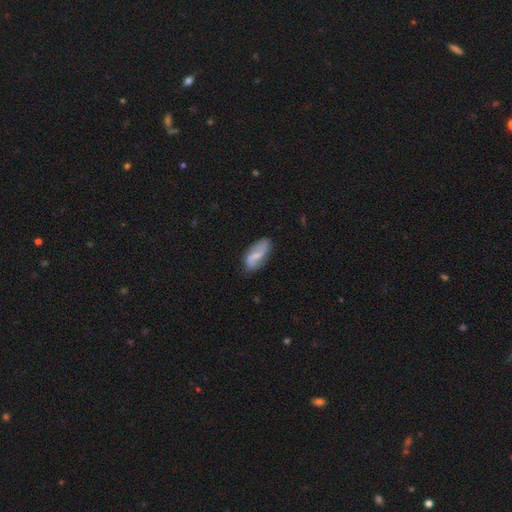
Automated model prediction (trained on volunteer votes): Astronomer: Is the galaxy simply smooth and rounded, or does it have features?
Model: featured or disk — 64%.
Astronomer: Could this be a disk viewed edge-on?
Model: no — 95%.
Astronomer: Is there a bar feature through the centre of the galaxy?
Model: weak — 49% (runner-up: no, 28%).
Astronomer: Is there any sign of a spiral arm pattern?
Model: yes — 89%.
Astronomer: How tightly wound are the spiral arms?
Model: loose — 67%.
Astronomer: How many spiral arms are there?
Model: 2 — 85%.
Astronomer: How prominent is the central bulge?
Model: small — 42% (runner-up: none, 36%).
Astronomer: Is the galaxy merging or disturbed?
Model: none — 70%.